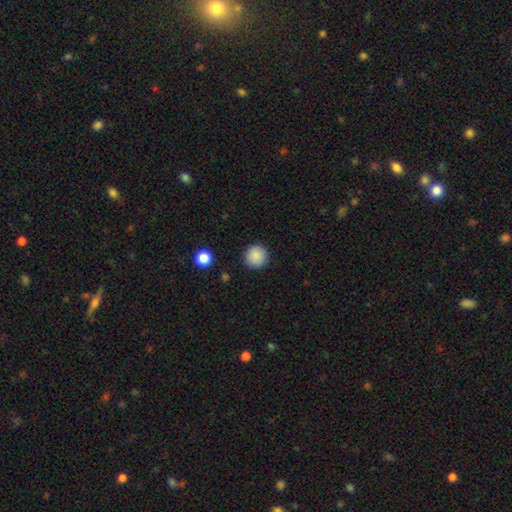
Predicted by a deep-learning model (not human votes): The model was most divided on "smooth or featured": smooth: 88%, star or artifact: 9%, featured or disk: 3%. More confident: how rounded — round (95%); merging — none (91%).